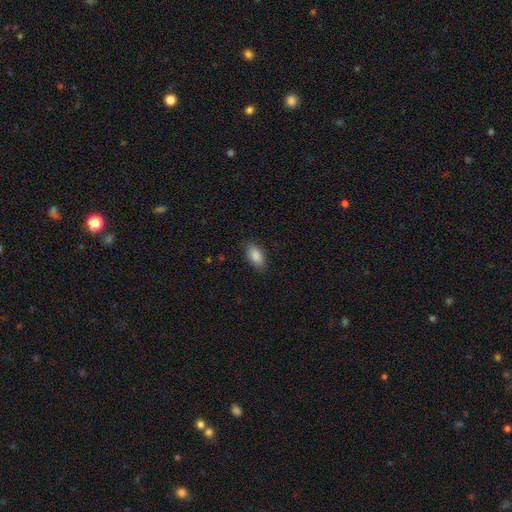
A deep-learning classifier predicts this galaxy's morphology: Smooth or featured? smooth (88%)
How rounded? in between (92%)
Merging? none (85%)